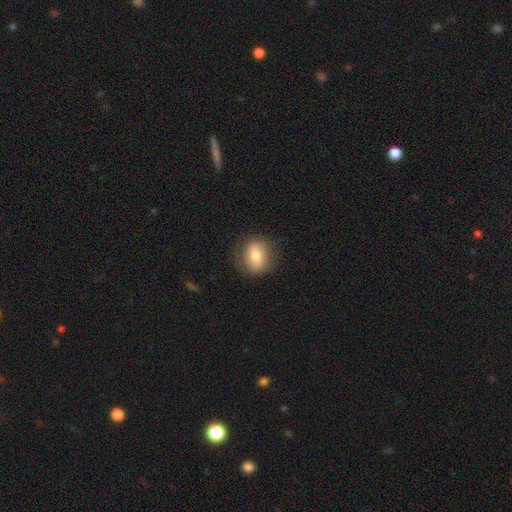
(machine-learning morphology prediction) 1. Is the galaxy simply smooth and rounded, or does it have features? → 69% smooth, 23% featured or disk, 8% star or artifact.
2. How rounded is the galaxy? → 58% round, 40% in between, 1% cigar-shaped.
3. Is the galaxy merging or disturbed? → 81% none, 14% minor disturbance, 4% major disturbance, 1% merger.